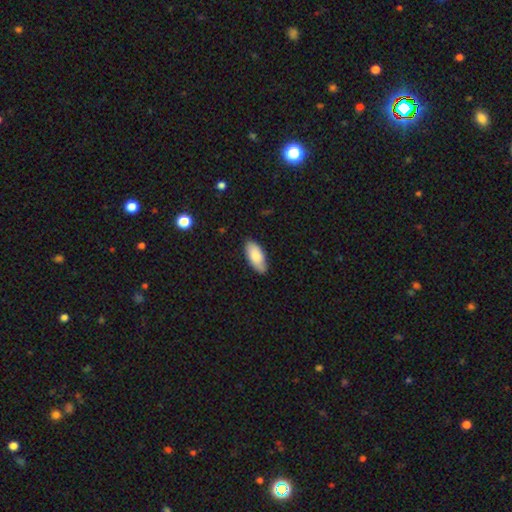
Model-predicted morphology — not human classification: A smooth galaxy with no disk features (81%) that is in between round and cigar-shaped (89%).

Vote fractions:
- Smooth or featured? smooth: 81% / featured or disk: 13% / star or artifact: 6%
- How rounded? in between: 89% / cigar-shaped: 9% / round: 2%
- Merging? none: 80% / minor disturbance: 16% / major disturbance: 2% / merger: 1%